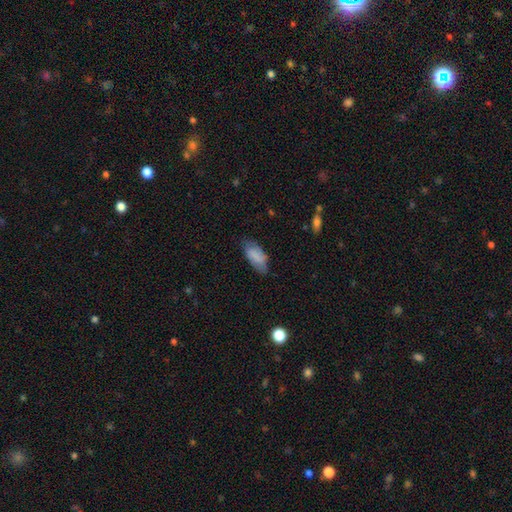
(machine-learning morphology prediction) The model was most divided on "merging": none: 67%, minor disturbance: 26%, major disturbance: 6%, merger: 1%. More confident: how rounded — in between (87%); smooth or featured — smooth (79%).